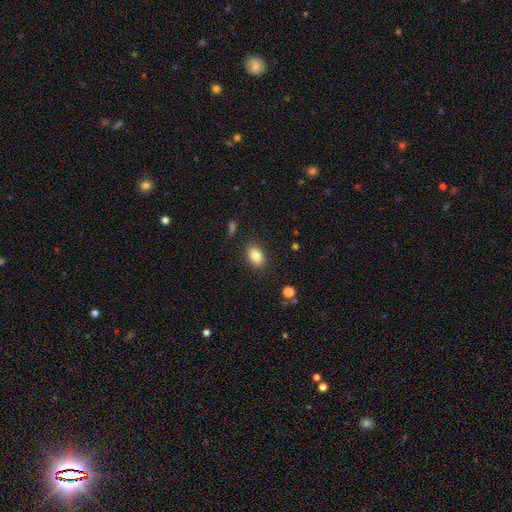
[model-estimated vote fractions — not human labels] This is clearly a smooth galaxy (83%). How rounded: clearly in between (81%). Merging: clearly none (86%).